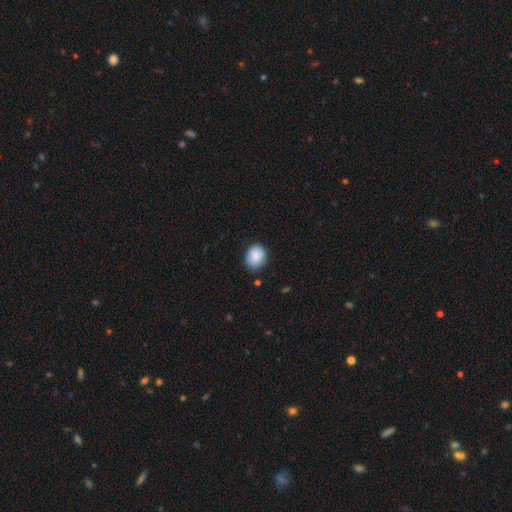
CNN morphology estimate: Smooth or featured? smooth (86%)
How rounded? round (59%)
Merging? none (81%)